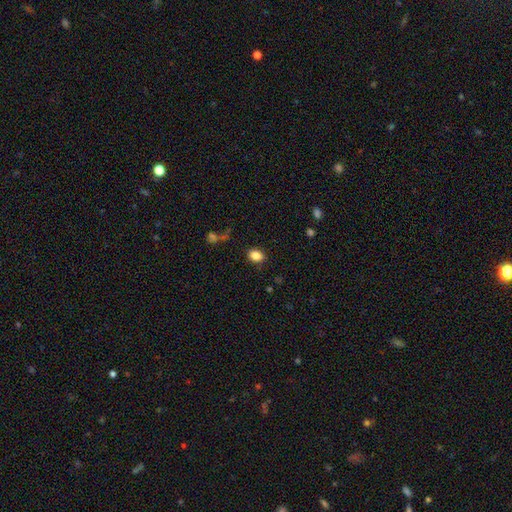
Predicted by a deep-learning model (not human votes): Q: Smooth or featured?
A: smooth (85%); runner-up: star or artifact (10%)
Q: How rounded?
A: in between (68%); runner-up: round (31%)
Q: Merging?
A: none (86%); runner-up: minor disturbance (9%)